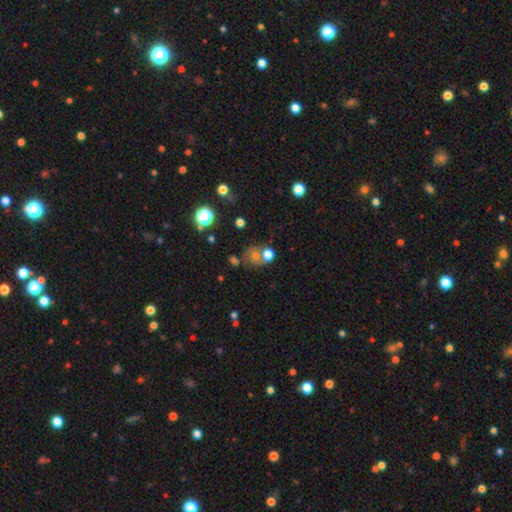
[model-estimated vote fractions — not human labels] This is possibly a smooth galaxy (54%). How rounded: likely round (77%). Merging: possibly none (56%).